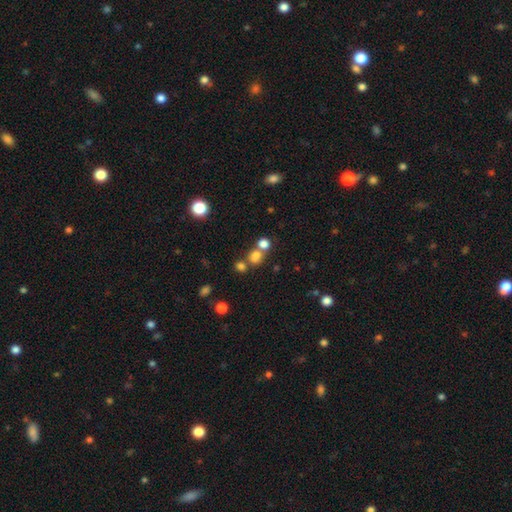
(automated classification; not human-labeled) smooth 73%, star or artifact 19%, featured or disk 8%. Down the decision tree: how rounded — round (81%); merging — none (54%).